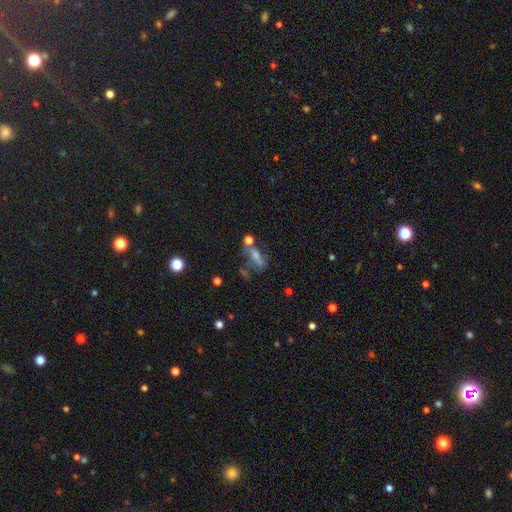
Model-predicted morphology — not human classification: Smooth or featured? featured or disk (38%)
Merging? none (41%)